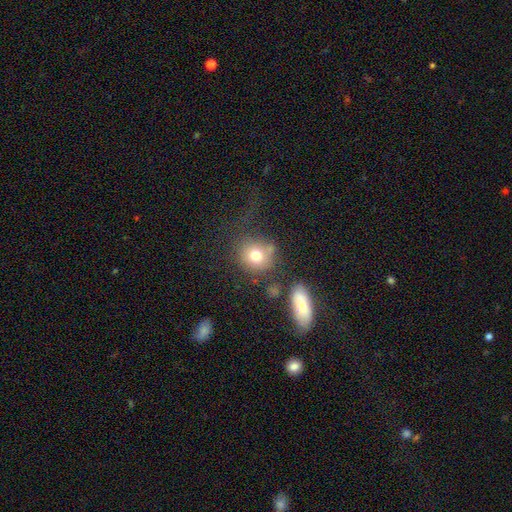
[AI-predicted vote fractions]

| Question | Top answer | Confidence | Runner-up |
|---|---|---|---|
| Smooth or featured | smooth | 75% | featured or disk (13%) |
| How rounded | round | 82% | in between (17%) |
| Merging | none | 60% | minor disturbance (16%) |